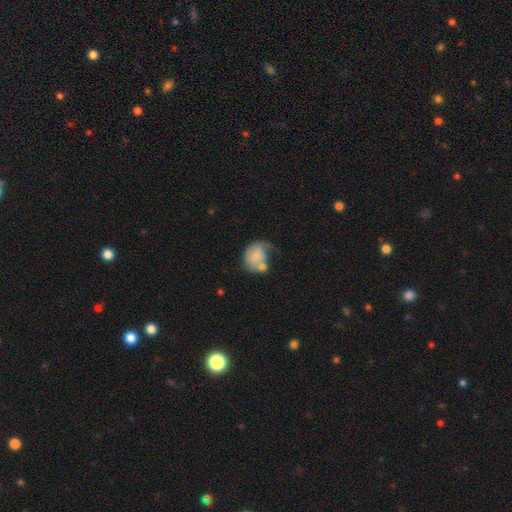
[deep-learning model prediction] smooth-or-featured: smooth: 57% | featured or disk: 35% | star or artifact: 7%
  how-rounded: in between: 51% | round: 48% | cigar-shaped: 1%
  merging: merger: 33% | major disturbance: 28% | none: 20% | minor disturbance: 19%